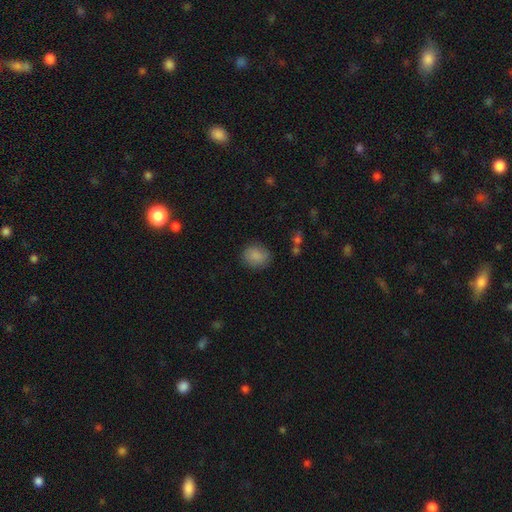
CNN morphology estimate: Smooth or featured? Predicted: smooth (p=0.85). How rounded? Predicted: round (p=0.67). Merging? Predicted: none (p=0.80).